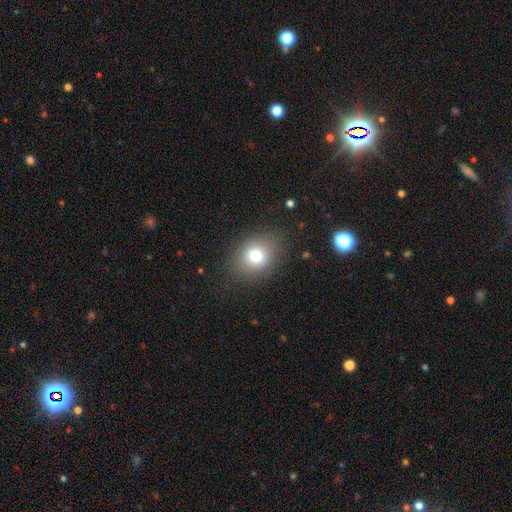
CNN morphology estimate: Smooth or featured? Predicted: smooth (p=0.75). How rounded? Predicted: round (p=0.57). Merging? Predicted: none (p=0.83).